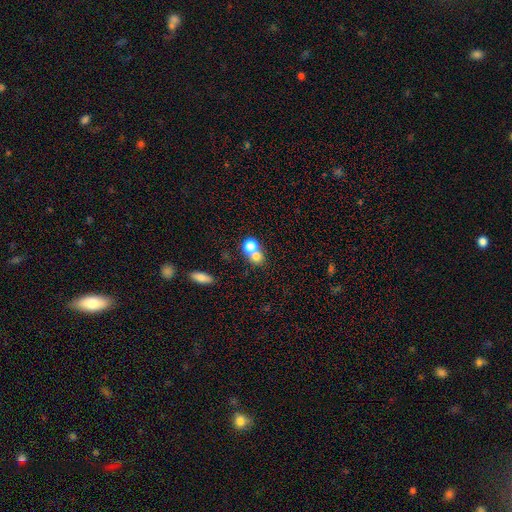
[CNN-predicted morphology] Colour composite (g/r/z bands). It shows a smooth galaxy with no disk features (73%) that is round (73%). Merging: merger (60%).